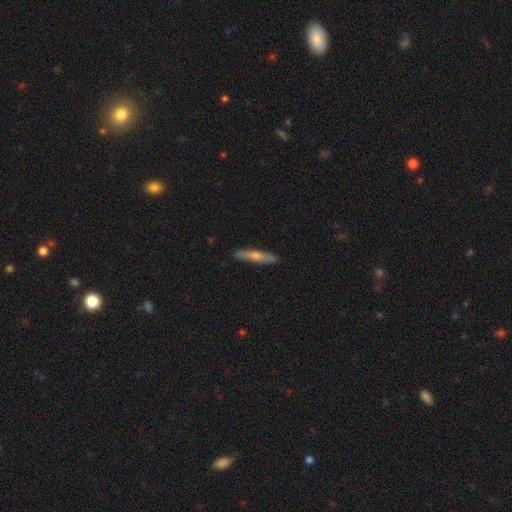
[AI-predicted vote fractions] smooth_or_featured: smooth (p=0.48) [alt: featured or disk p=0.46]
merging: none (p=0.90) [alt: minor disturbance p=0.08]